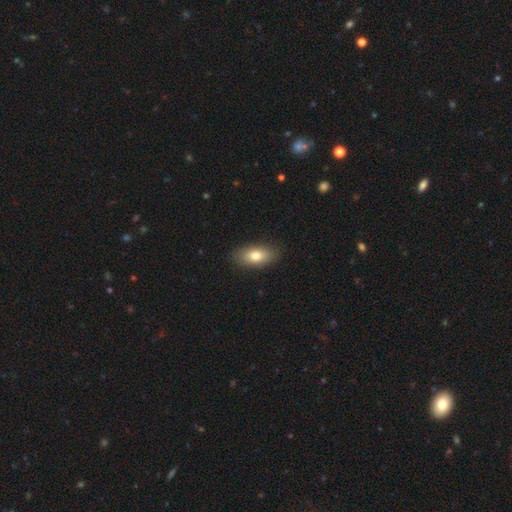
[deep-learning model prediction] Smooth or featured: smooth — 79% (featured or disk — 14%)
How rounded: in between — 89% (cigar-shaped — 6%)
Merging: none — 88% (minor disturbance — 9%)